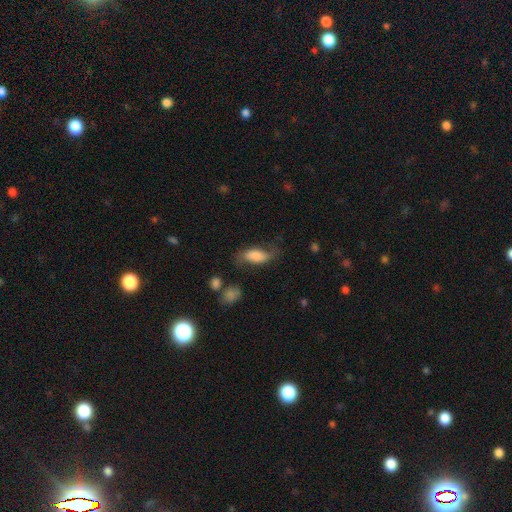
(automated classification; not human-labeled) This appears to be a smooth galaxy with no disk features (69%) that is in between round and cigar-shaped (87%). Merging: none (54%).